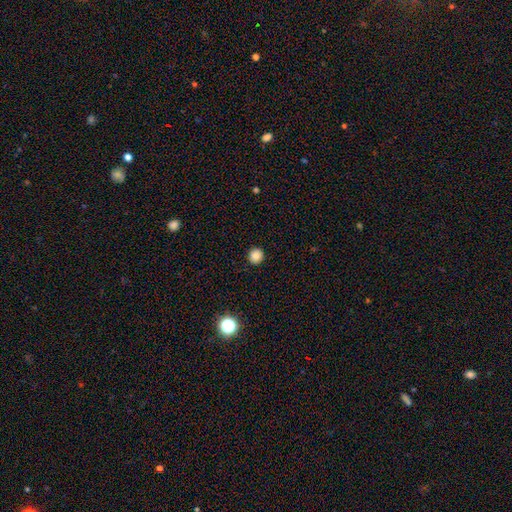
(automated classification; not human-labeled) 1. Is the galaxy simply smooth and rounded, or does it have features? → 86% smooth, 11% star or artifact, 3% featured or disk.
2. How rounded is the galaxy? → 94% round, 5% in between, 1% cigar-shaped.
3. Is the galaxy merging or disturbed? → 92% none, 5% minor disturbance, 2% major disturbance, 1% merger.